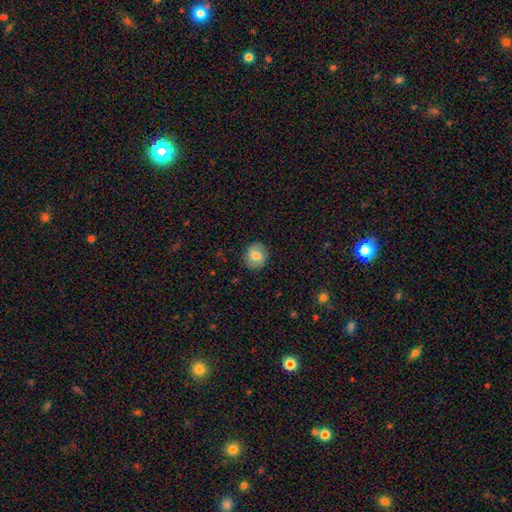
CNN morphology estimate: A smooth galaxy with no disk features (74%) that is round (78%). Merging: none (87%).